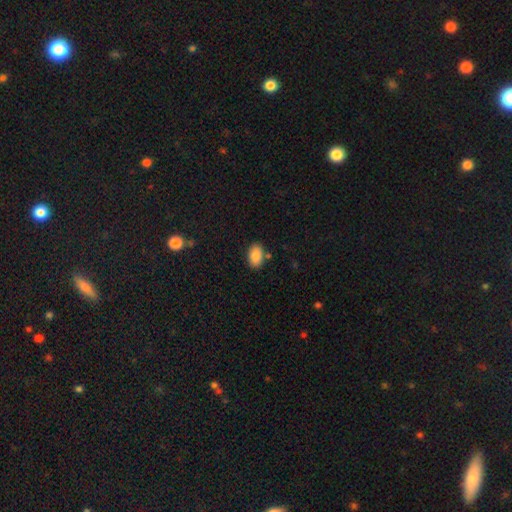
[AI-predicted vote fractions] Smooth or featured? smooth (86%)
How rounded? in between (89%)
Merging? none (81%)